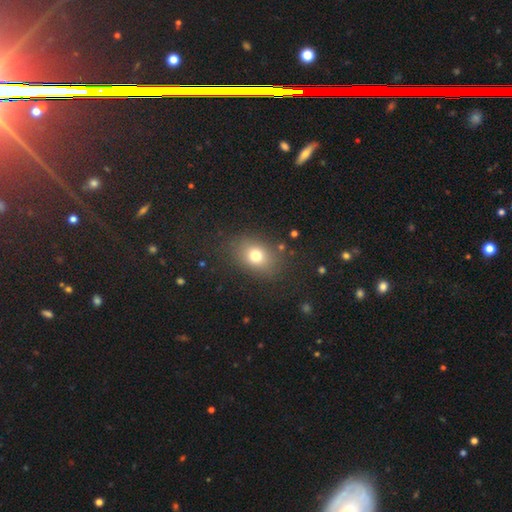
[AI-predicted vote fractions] Morphology: type=smooth (75%); roundness=in between (56%); merging=none (81%).